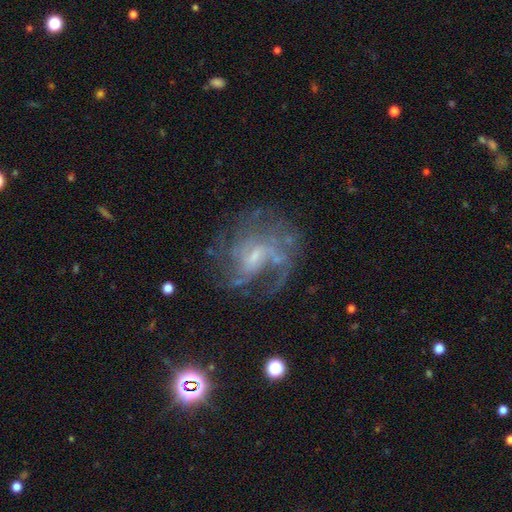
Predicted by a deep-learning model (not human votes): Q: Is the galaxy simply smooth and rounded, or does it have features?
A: featured or disk — 84%.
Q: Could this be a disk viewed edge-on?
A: no — 98%.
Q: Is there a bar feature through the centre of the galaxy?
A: weak — 54%.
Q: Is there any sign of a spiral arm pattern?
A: yes — 91%.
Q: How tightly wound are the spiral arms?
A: medium — 44%.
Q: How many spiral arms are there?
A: can't tell — 35%.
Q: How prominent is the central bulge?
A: small — 59%.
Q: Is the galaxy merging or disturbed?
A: none — 60%.